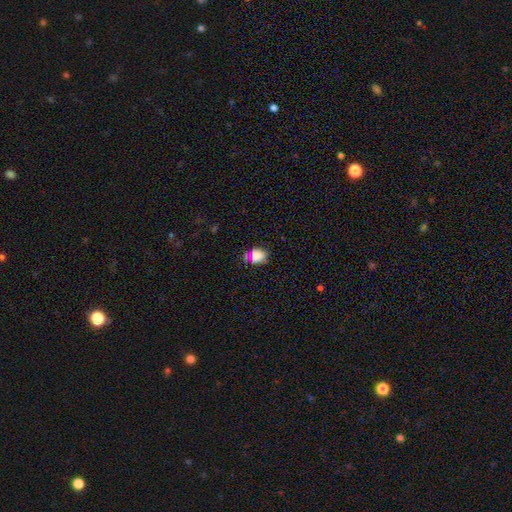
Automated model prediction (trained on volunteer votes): smooth-or-featured: smooth: 77% | star or artifact: 17% | featured or disk: 6%
  how-rounded: in between: 57% | round: 42% | cigar-shaped: 2%
  merging: none: 70% | minor disturbance: 18% | merger: 7% | major disturbance: 5%